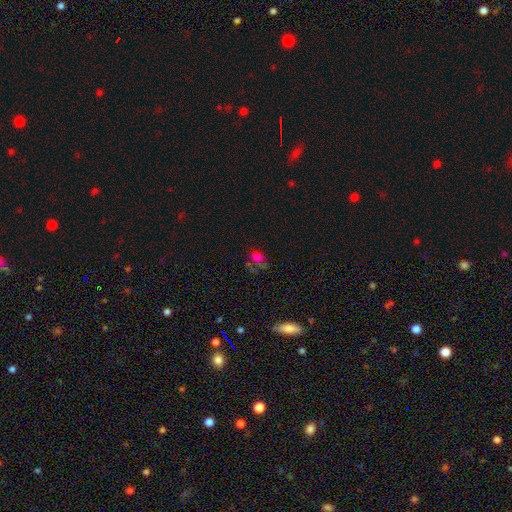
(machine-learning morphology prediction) This is marginally a smooth galaxy (42%). Merging: possibly none (53%).